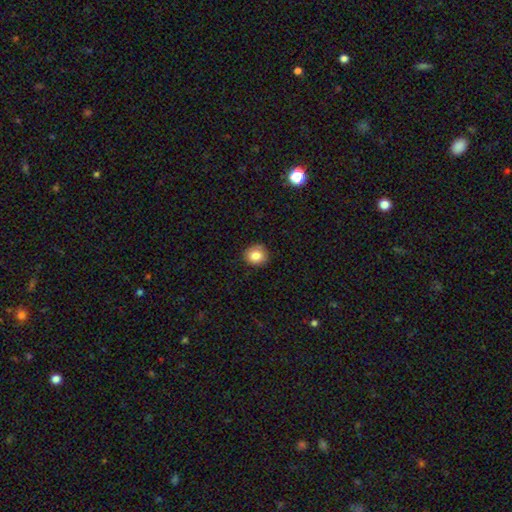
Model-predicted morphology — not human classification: The model was most divided on "how rounded": round: 86%, in between: 13%, cigar-shaped: 1%. More confident: merging — none (86%); smooth or featured — smooth (84%).